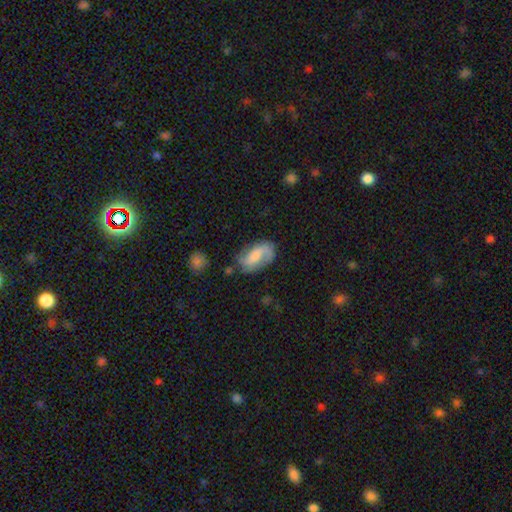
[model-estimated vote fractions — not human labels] Q: Smooth or featured?
A: featured or disk (60%); runner-up: smooth (33%)
Q: Edge-on disk?
A: no (96%); runner-up: yes (4%)
Q: Bar?
A: no (46%); runner-up: weak (42%)
Q: Spiral arms?
A: yes (91%); runner-up: no (9%)
Q: Spiral winding?
A: loose (42%); runner-up: medium (41%)
Q: Spiral arm count?
A: 2 (75%); runner-up: 1 (10%)
Q: Bulge size?
A: moderate (32%); runner-up: small (25%)
Q: Merging?
A: none (61%); runner-up: minor disturbance (24%)